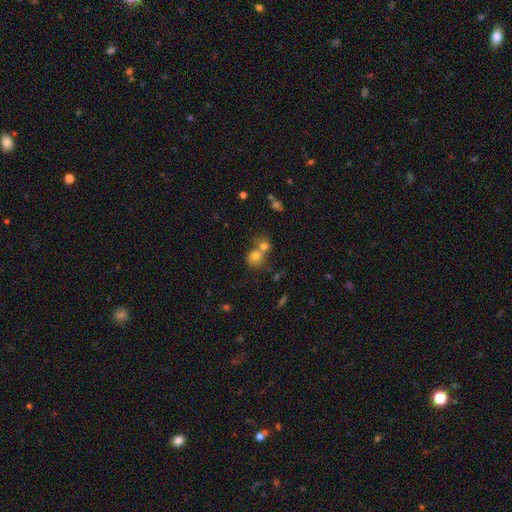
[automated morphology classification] This appears to be a smooth galaxy with no disk features (72%) that is round (72%). Merging: merger (59%).